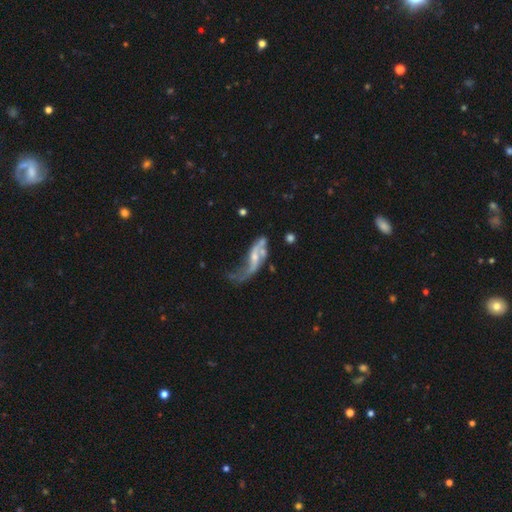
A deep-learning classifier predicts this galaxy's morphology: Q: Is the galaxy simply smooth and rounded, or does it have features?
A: featured or disk — 76%.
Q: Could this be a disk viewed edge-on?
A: no — 91%.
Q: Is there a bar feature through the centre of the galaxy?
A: no — 50%.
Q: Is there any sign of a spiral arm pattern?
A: yes — 79%.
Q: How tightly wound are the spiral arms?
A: loose — 85%.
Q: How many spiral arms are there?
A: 2 — 70%.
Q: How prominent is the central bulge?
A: small — 52%.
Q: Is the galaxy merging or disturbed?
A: major disturbance — 37%.